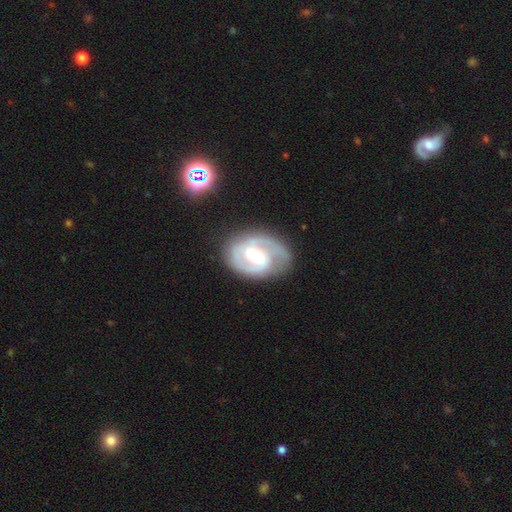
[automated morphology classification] Overall: featured or disk (88%). Edge-on disk: no (97%). Bar: weak (49%; strong 33%). Spiral arms: yes (95%). Spiral arm count: 2 (84%). Spiral winding: medium (49%; tight 40%). Bulge size: moderate (59%; small 36%). Merging: none (77%).